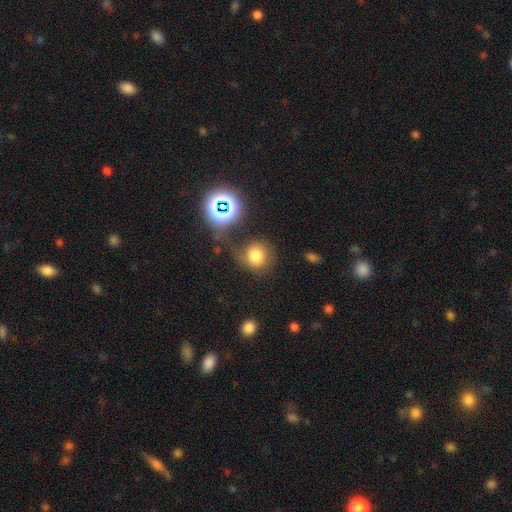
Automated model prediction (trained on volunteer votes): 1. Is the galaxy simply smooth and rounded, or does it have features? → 72% smooth, 17% star or artifact, 11% featured or disk.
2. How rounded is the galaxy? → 81% round, 17% in between, 1% cigar-shaped.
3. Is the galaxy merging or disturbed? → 58% none, 20% minor disturbance, 14% major disturbance, 8% merger.